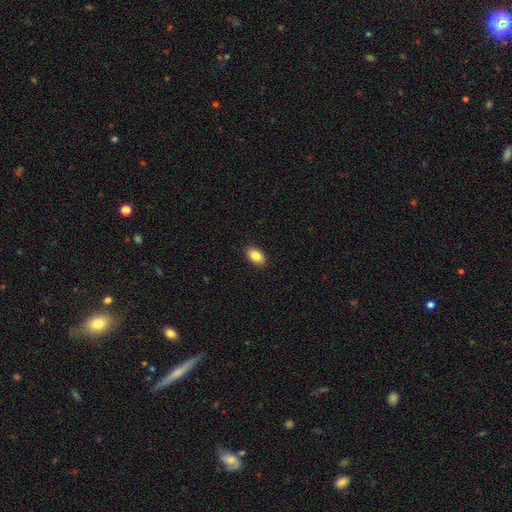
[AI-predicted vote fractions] This is clearly a smooth galaxy (85%). How rounded: clearly in between (90%). Merging: clearly none (89%).